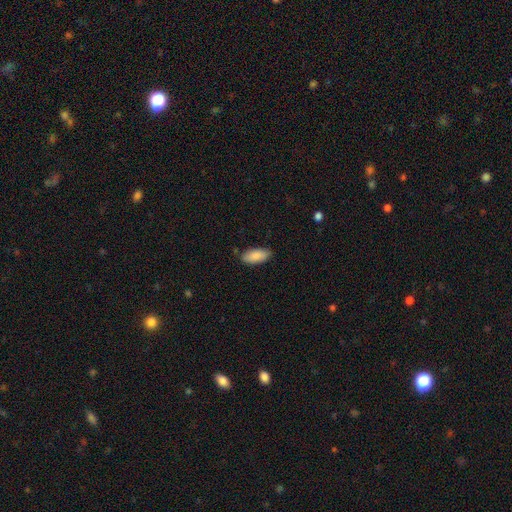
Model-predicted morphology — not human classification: type=smooth (88%); roundness=in between (88%); merging=none (84%).